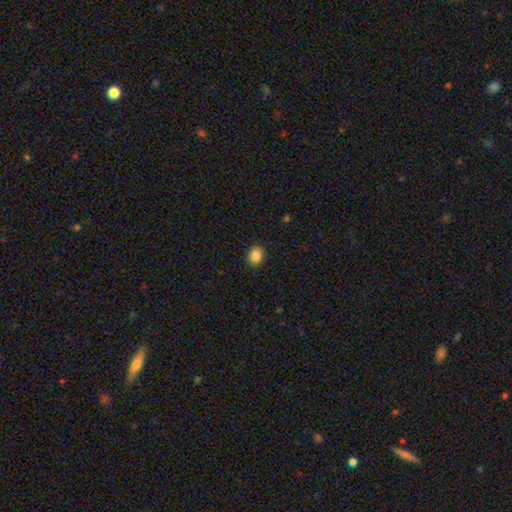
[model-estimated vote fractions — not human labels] Overall: smooth (87%). How rounded: round (56%; in between 43%). Merging: none (89%).